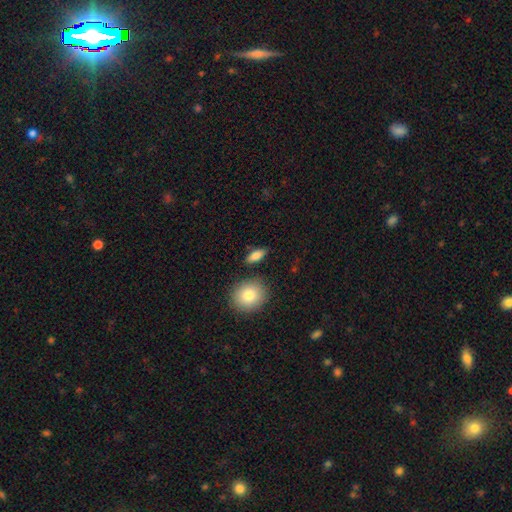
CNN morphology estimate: The model was most divided on "how rounded": in between: 76%, cigar-shaped: 16%, round: 8%. More confident: merging — none (83%); smooth or featured — smooth (81%).